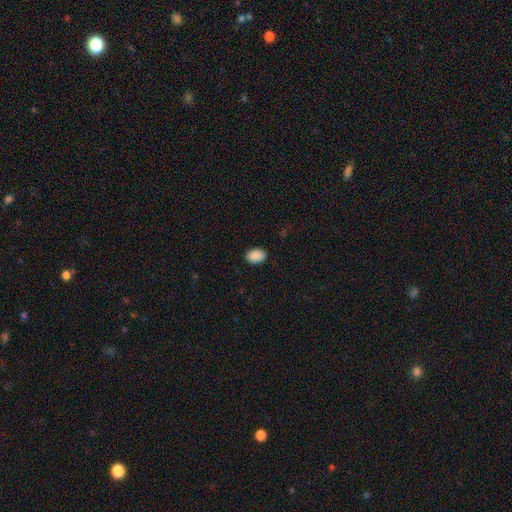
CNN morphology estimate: Smooth or featured?
  - smooth: 90% *
  - star or artifact: 8%
  - featured or disk: 2%
How rounded?
  - in between: 84% *
  - round: 15%
  - cigar-shaped: 1%
Merging?
  - none: 89% *
  - minor disturbance: 8%
  - major disturbance: 2%
  - merger: 1%